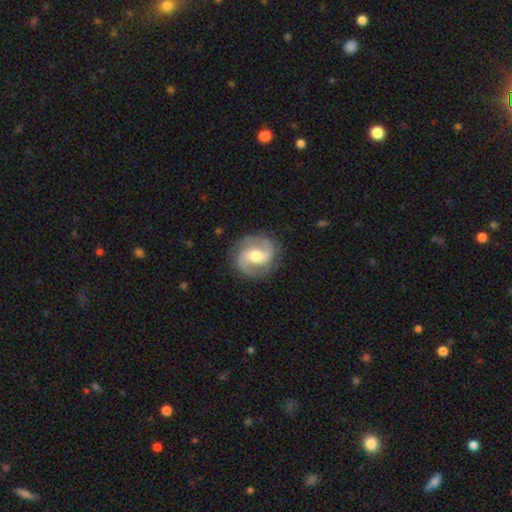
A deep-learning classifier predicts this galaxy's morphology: This is clearly a featured or disk galaxy (86%). It is clearly not viewed edge-on (98%). Bar: possibly weak (48%). Spiral arm pattern: clearly yes (97%). Spiral arm count: clearly 2 (91%). Spiral winding: possibly medium (54%). Central bulge: likely moderate (67%). Merging: clearly none (85%).